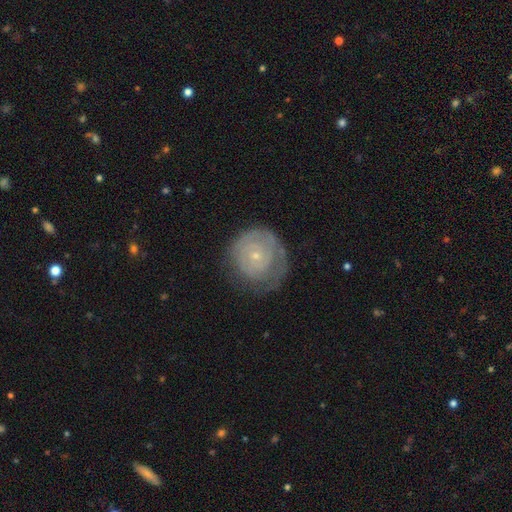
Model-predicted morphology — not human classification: type=featured or disk (59%); edge-on=no (97%); bar=no (85%); spiral arms=yes (71%); bulge=small (79%); merging=none (64%).